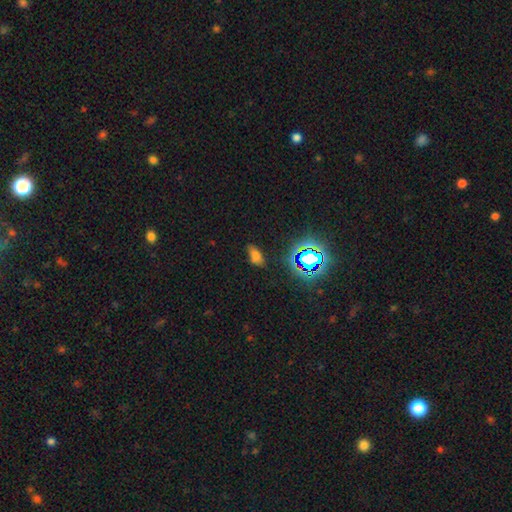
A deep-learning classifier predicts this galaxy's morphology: smooth_or_featured: smooth (p=0.63) [alt: star or artifact p=0.26]
how_rounded: in between (p=0.86) [alt: cigar-shaped p=0.08]
merging: none (p=0.75) [alt: minor disturbance p=0.18]